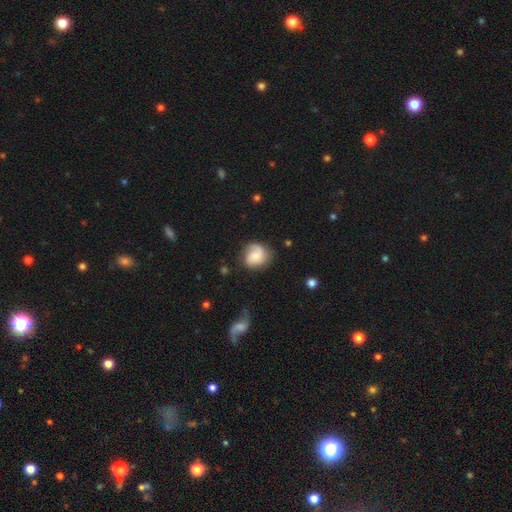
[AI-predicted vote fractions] Overall: smooth (50%; featured or disk 42%). How rounded: round (73%). Merging: none (66%).